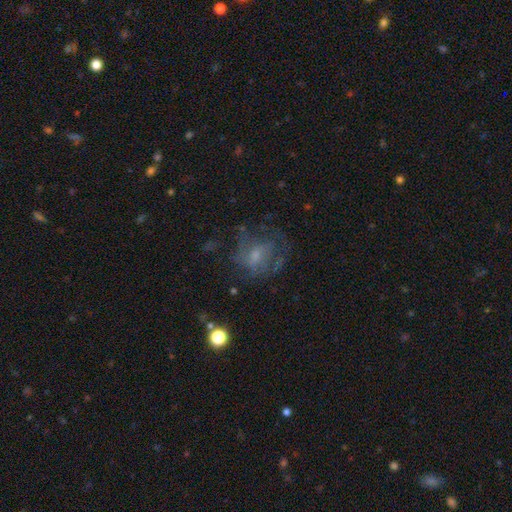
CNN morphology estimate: A featured or disk galaxy (51%).

Vote fractions:
- Smooth or featured? featured or disk: 51% / smooth: 34% / star or artifact: 15%
- Edge-on disk? no: 97% / yes: 3%
- Merging? none: 47% / major disturbance: 30% / minor disturbance: 20% / merger: 2%